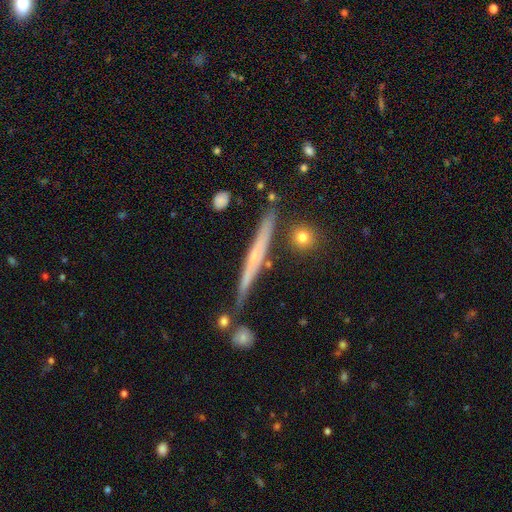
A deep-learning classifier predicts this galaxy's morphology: This is possibly a featured or disk galaxy (60%). It is clearly viewed edge-on (96%). Edge-on bulge: likely none (68%). Merging: clearly none (82%).